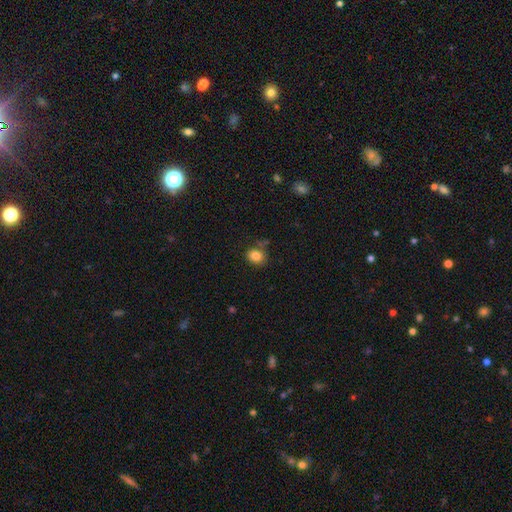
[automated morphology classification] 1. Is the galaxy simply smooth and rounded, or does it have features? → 83% smooth, 10% star or artifact, 7% featured or disk.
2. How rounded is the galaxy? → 64% round, 35% in between, 1% cigar-shaped.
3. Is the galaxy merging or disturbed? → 69% none, 18% minor disturbance, 8% merger, 5% major disturbance.